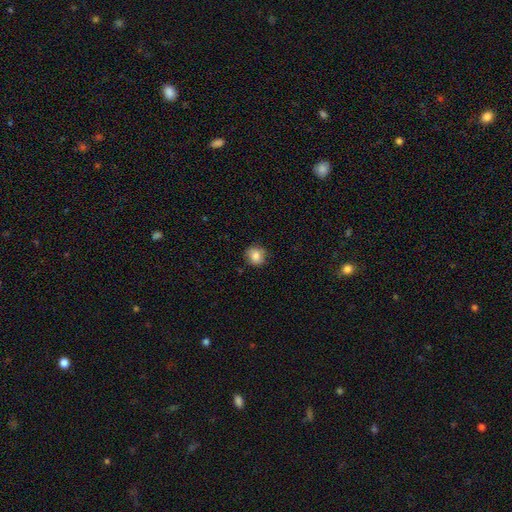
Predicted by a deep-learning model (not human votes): This is clearly a smooth galaxy (83%). How rounded: clearly round (86%). Merging: clearly none (81%).